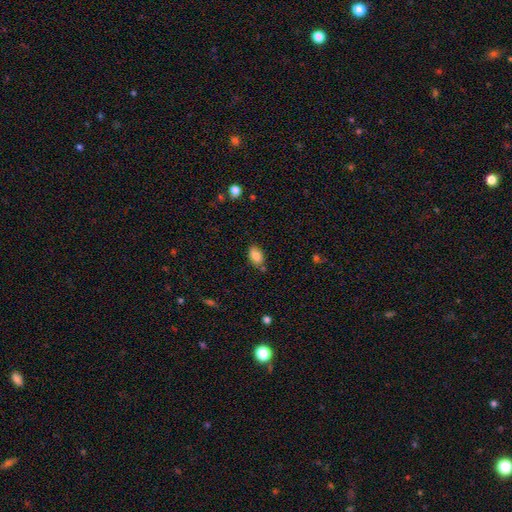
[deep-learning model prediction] A smooth galaxy with no disk features (85%) that is in between round and cigar-shaped (91%).

Vote fractions:
- Smooth or featured? smooth: 85% / star or artifact: 8% / featured or disk: 7%
- How rounded? in between: 91% / round: 7% / cigar-shaped: 2%
- Merging? none: 75% / minor disturbance: 16% / merger: 6% / major disturbance: 3%